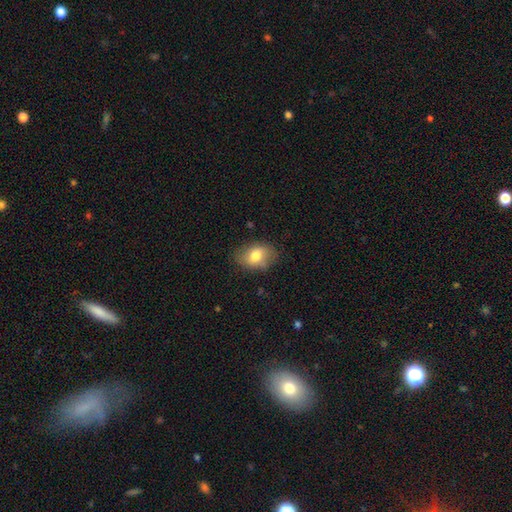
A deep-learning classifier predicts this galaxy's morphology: Smooth or featured?
  - smooth: 73% *
  - featured or disk: 19%
  - star or artifact: 8%
How rounded?
  - in between: 79% *
  - round: 20%
  - cigar-shaped: 1%
Merging?
  - none: 77% *
  - minor disturbance: 17%
  - major disturbance: 4%
  - merger: 1%